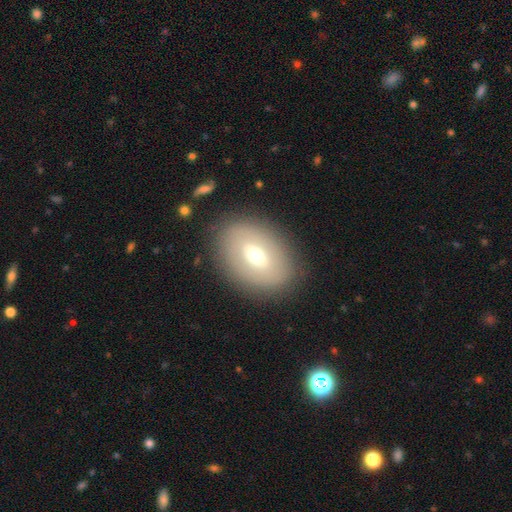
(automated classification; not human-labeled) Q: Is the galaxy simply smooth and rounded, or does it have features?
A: smooth — 46%.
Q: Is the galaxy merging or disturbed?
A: none — 84%.